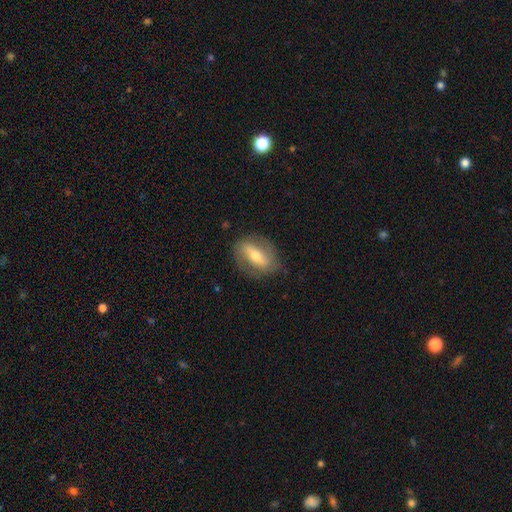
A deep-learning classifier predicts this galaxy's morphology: This is possibly a featured or disk galaxy (59%). It is clearly not viewed edge-on (83%). Merging: likely none (78%).